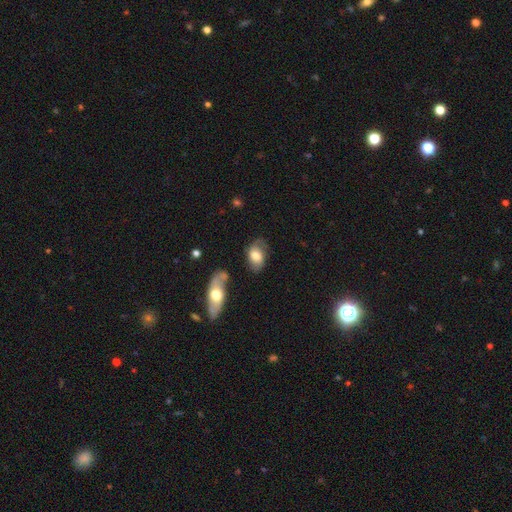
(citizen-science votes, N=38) Smooth or featured? smooth (63%)
How rounded? in between (71%)
Merging? none (57%)